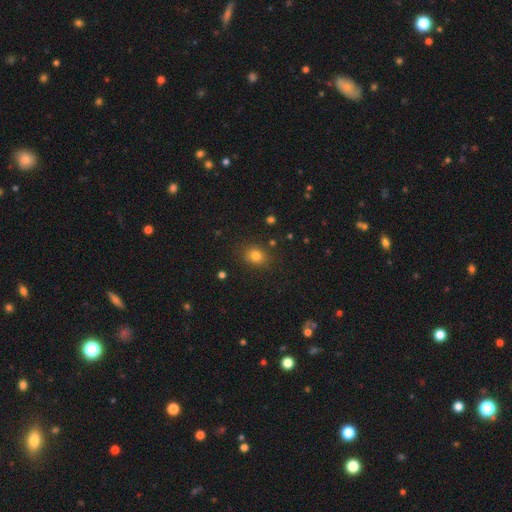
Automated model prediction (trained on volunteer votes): Morphology: type=smooth (80%); roundness=round (58%); merging=none (83%).